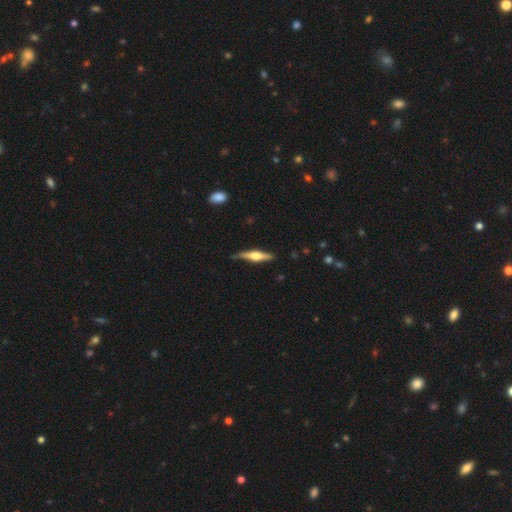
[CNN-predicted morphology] This is likely a featured or disk galaxy (68%). It is clearly viewed edge-on (97%). Edge-on bulge: clearly rounded (85%). Merging: clearly none (80%).